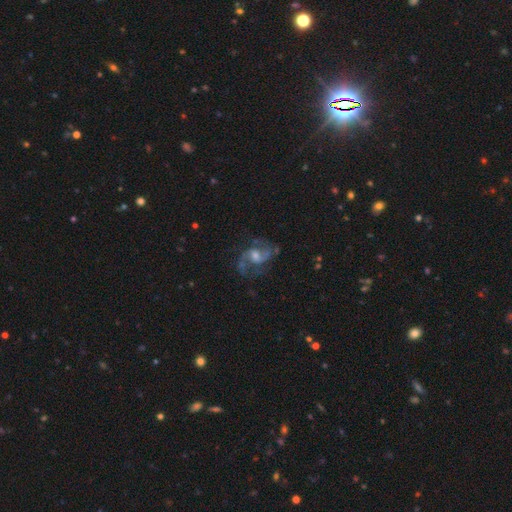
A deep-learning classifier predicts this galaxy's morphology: Overall: featured or disk (84%). Edge-on disk: no (97%). Bar: weak (47%; no 42%). Spiral arms: yes (95%). Spiral arm count: 2 (88%). Spiral winding: medium (51%; loose 39%). Bulge size: moderate (52%; small 30%). Merging: none (69%).